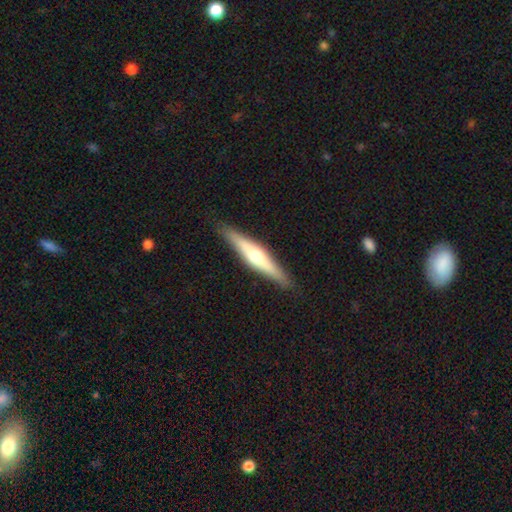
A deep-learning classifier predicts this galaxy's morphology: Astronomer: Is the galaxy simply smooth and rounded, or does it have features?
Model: featured or disk — 60%.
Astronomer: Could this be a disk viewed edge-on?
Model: yes — 94%.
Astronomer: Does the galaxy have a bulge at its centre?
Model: rounded — 90%.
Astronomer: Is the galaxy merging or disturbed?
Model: none — 89%.